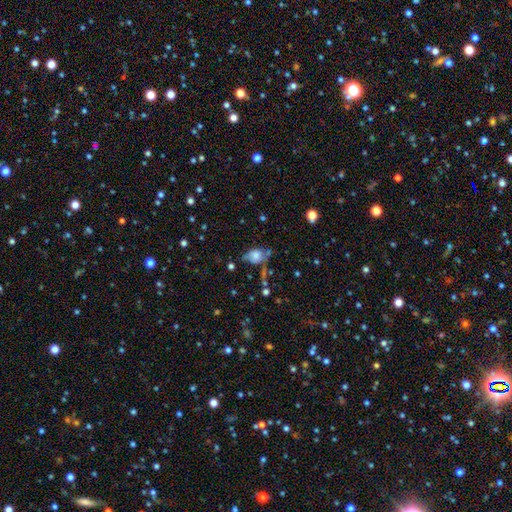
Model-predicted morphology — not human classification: This appears to be a smooth galaxy with no disk features (57%) that is in between round and cigar-shaped (73%). Merging: none (37%).